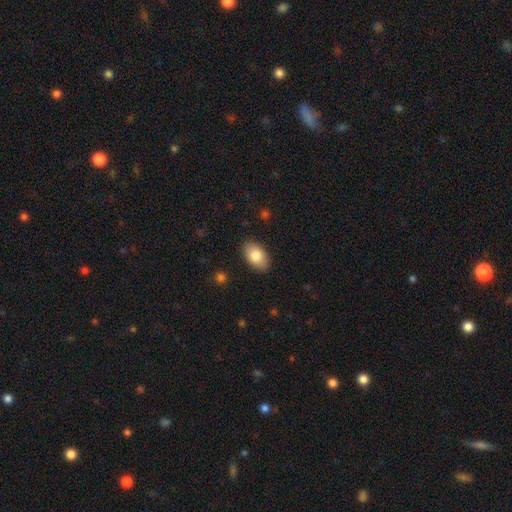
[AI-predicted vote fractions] Overall: smooth (82%). How rounded: in between (92%). Merging: none (88%).